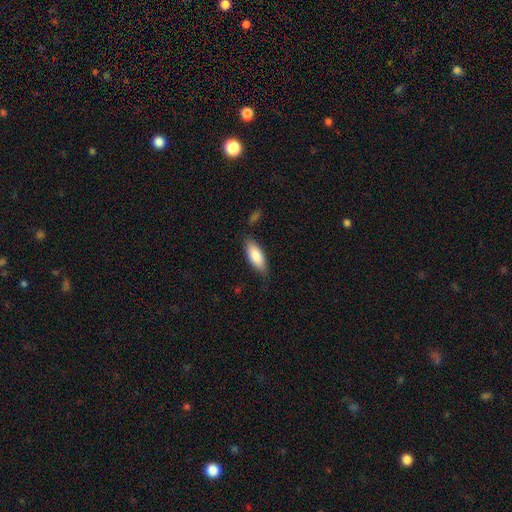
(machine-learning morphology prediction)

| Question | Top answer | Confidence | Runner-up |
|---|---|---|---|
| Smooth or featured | smooth | 85% | featured or disk (10%) |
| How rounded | in between | 76% | cigar-shaped (22%) |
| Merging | none | 79% | minor disturbance (16%) |